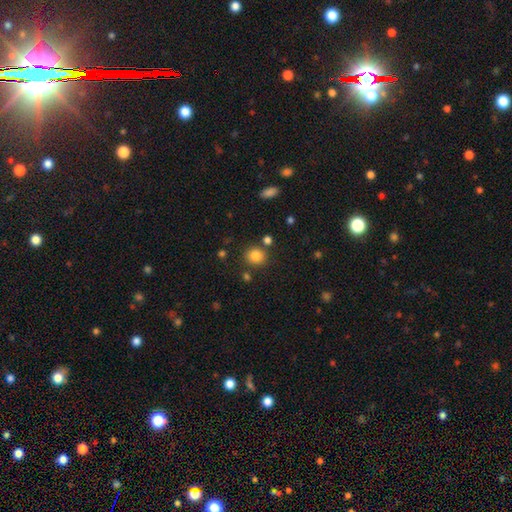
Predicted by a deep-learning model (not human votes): The model was most divided on "how rounded": round: 80%, in between: 19%, cigar-shaped: 1%. More confident: smooth or featured — smooth (83%); merging — none (80%).